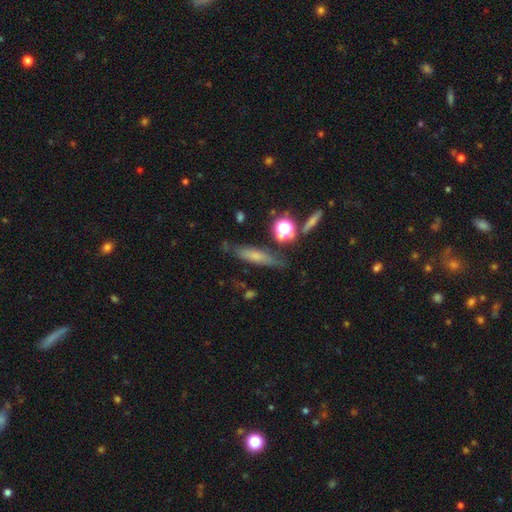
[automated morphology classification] A smooth galaxy with no disk features (55%) that is cigar-shaped (72%). Merging: none (69%).